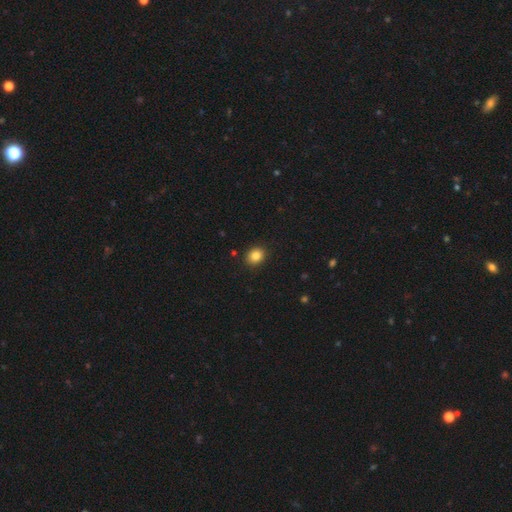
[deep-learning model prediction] Morphology: type=smooth (85%); roundness=round (57%); merging=none (90%).